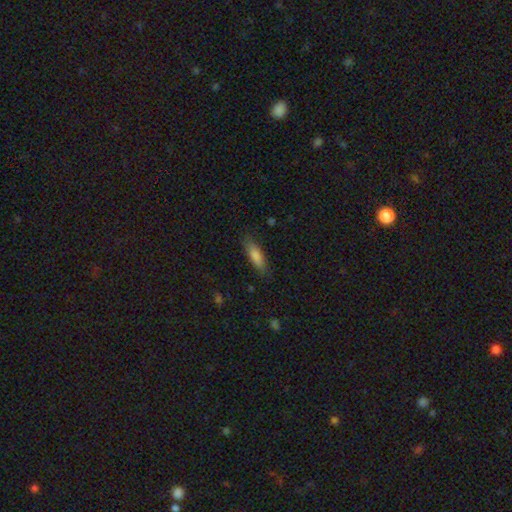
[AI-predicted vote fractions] Smooth or featured? smooth (81%)
How rounded? cigar-shaped (51%)
Merging? none (82%)